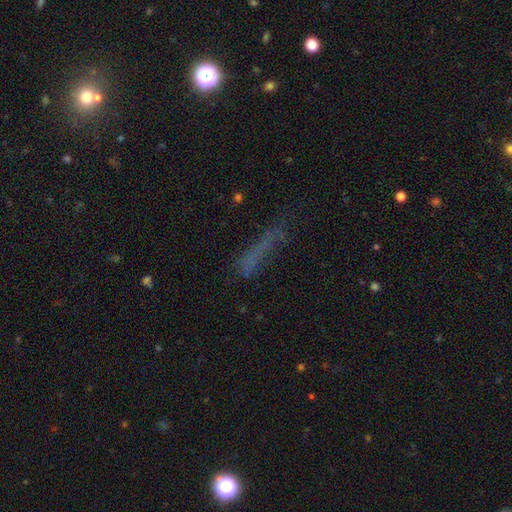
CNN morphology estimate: A smooth galaxy with no disk features (44%).

Vote fractions:
- Smooth or featured? smooth: 44% / star or artifact: 30% / featured or disk: 26%
- Merging? none: 59% / minor disturbance: 20% / major disturbance: 16% / merger: 5%